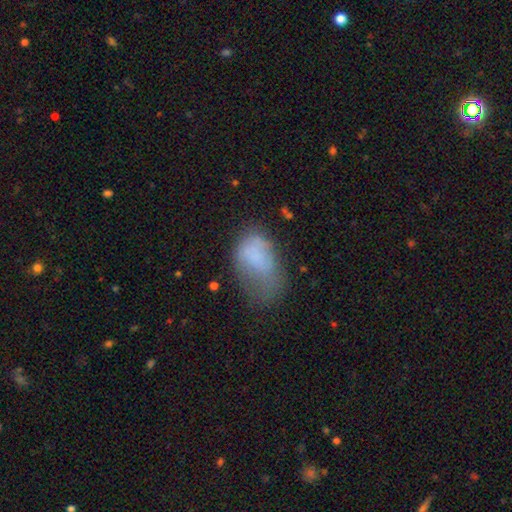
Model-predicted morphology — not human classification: The model was most divided on "merging": major disturbance: 39%, minor disturbance: 32%, none: 24%, merger: 5%. More confident: how rounded — in between (88%); smooth or featured — smooth (67%).